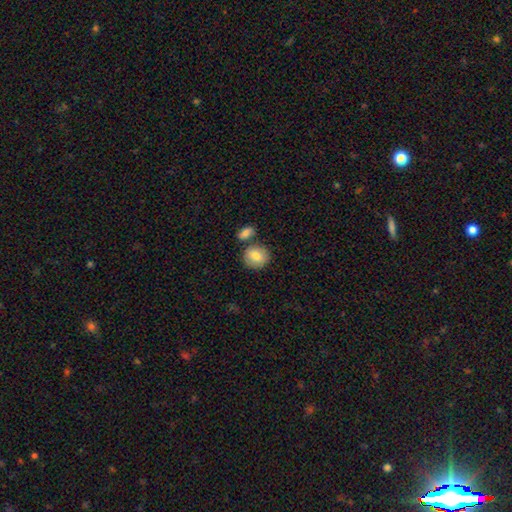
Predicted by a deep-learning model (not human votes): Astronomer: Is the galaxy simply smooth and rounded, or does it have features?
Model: smooth — 83%.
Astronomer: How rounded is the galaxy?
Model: round — 79%.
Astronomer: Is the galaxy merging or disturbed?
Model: none — 67%.